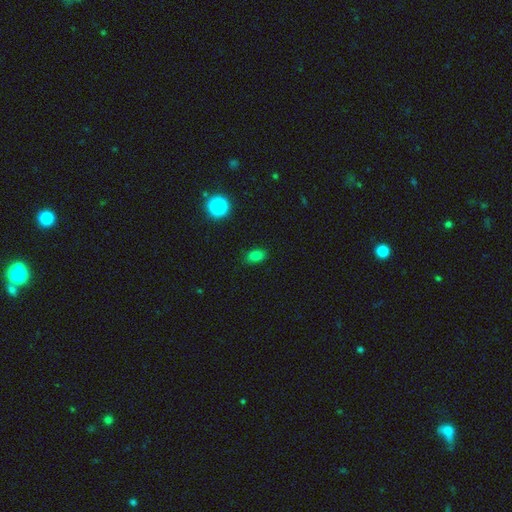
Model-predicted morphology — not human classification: smooth_or_featured: smooth (p=0.79) [alt: star or artifact p=0.17]
how_rounded: in between (p=0.84) [alt: round p=0.13]
merging: none (p=0.84) [alt: minor disturbance p=0.12]